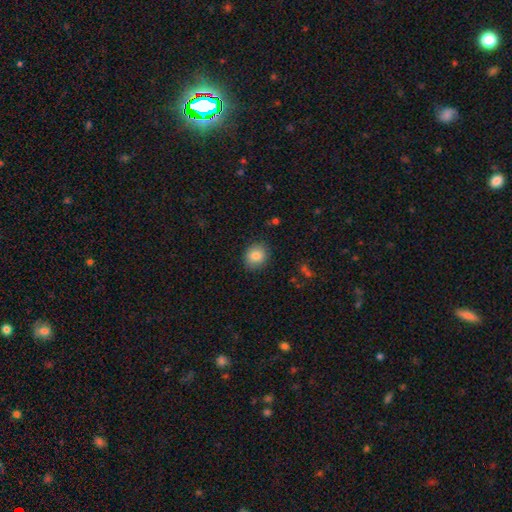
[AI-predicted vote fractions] smooth_or_featured: smooth (p=0.85) [alt: star or artifact p=0.09]
how_rounded: round (p=0.69) [alt: in between p=0.30]
merging: none (p=0.87) [alt: minor disturbance p=0.10]